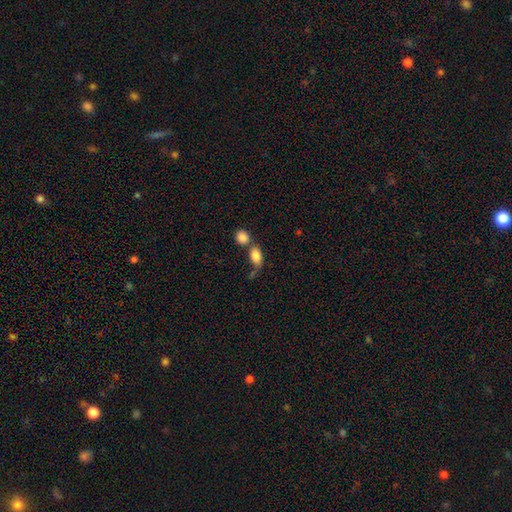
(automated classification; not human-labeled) smooth-or-featured: smooth: 84% | star or artifact: 8% | featured or disk: 8%
  how-rounded: in between: 82% | round: 15% | cigar-shaped: 3%
  merging: merger: 45% | none: 37% | minor disturbance: 12% | major disturbance: 7%